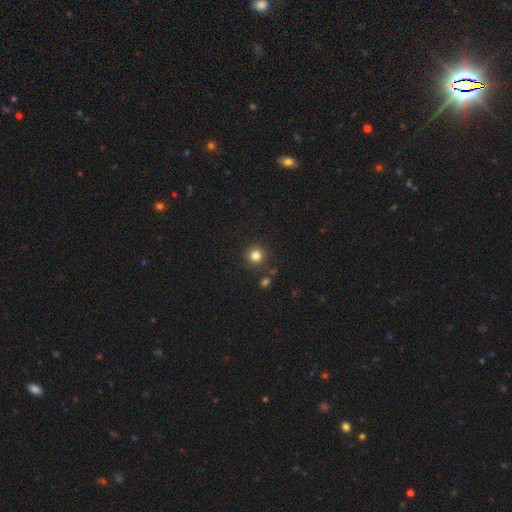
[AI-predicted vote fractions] A smooth galaxy with no disk features (82%) that is round (95%). Merging: none (88%).